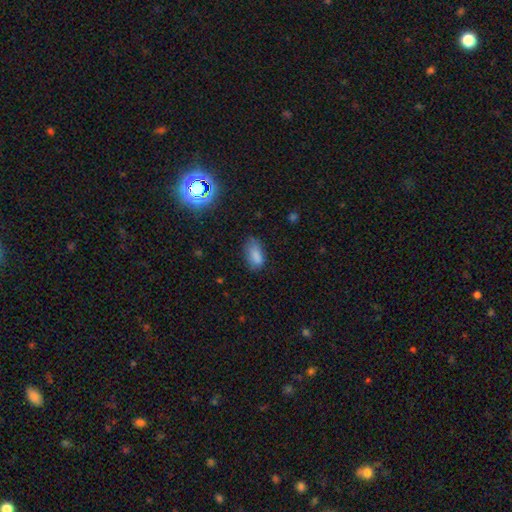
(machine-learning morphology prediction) A smooth galaxy with no disk features (82%) that is in between round and cigar-shaped (89%).

Vote fractions:
- Smooth or featured? smooth: 82% / star or artifact: 11% / featured or disk: 7%
- How rounded? in between: 89% / cigar-shaped: 6% / round: 5%
- Merging? none: 61% / minor disturbance: 29% / major disturbance: 9% / merger: 2%